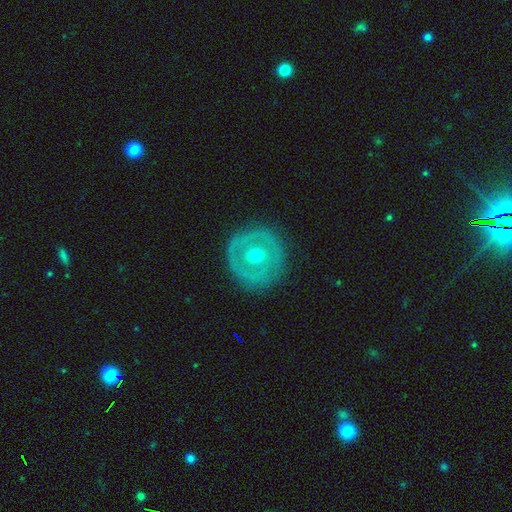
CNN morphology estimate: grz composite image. It shows a featured or disk galaxy (62%) with no bar (66%), no spiral arms (76%) and a moderate central bulge (70%). Merging: none (81%).